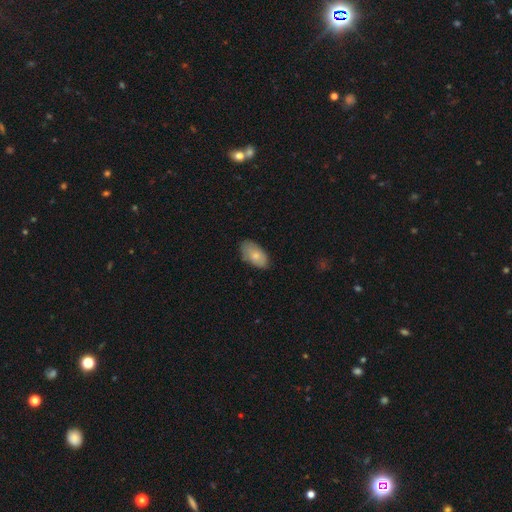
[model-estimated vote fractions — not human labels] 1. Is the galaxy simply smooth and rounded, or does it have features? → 75% smooth, 18% featured or disk, 6% star or artifact.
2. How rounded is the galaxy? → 94% in between, 4% round, 3% cigar-shaped.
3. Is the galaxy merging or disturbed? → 75% none, 20% minor disturbance, 3% major disturbance, 1% merger.